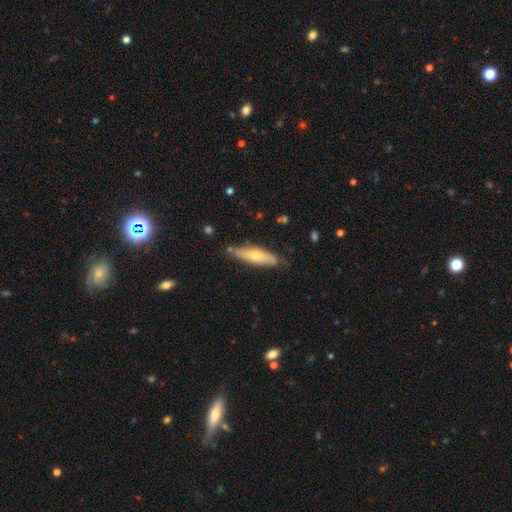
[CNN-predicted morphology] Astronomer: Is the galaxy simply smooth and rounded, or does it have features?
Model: smooth — 54% (runner-up: featured or disk, 40%).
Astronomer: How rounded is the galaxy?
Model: cigar-shaped — 64%.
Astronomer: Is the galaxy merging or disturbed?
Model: none — 75%.